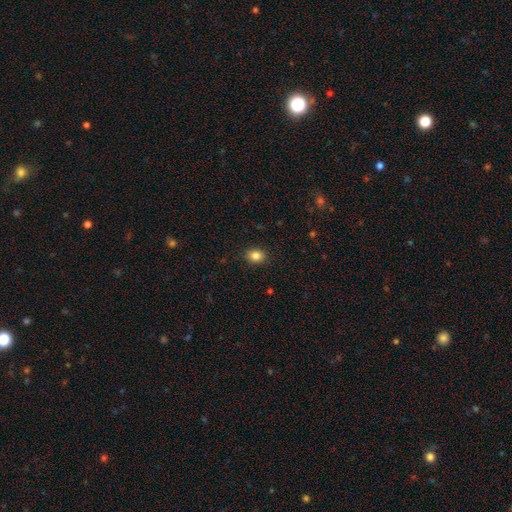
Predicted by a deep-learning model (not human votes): Q: Smooth or featured?
A: smooth (85%); runner-up: star or artifact (10%)
Q: How rounded?
A: round (52%); runner-up: in between (47%)
Q: Merging?
A: none (89%); runner-up: minor disturbance (8%)